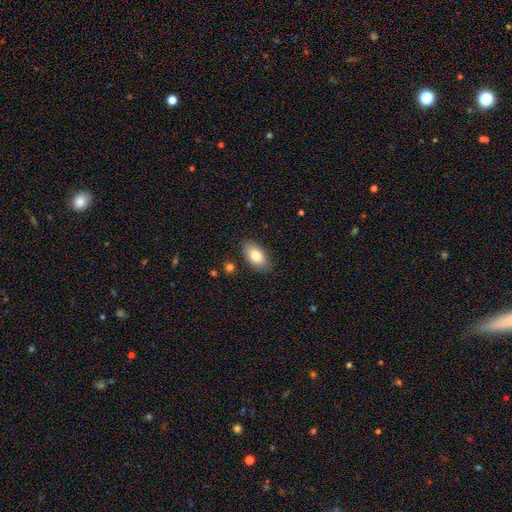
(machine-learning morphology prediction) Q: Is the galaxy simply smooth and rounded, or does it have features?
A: smooth — 82%.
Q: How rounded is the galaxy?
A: in between — 93%.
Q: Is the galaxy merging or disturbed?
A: none — 85%.